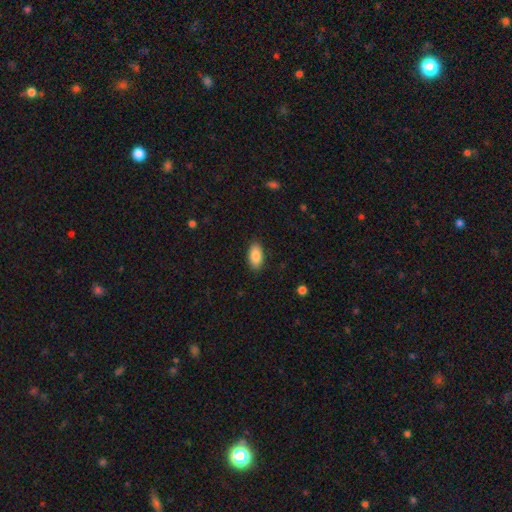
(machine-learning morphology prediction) smooth 88%, star or artifact 7%, featured or disk 5%. Down the decision tree: how rounded — in between (93%); merging — none (87%).